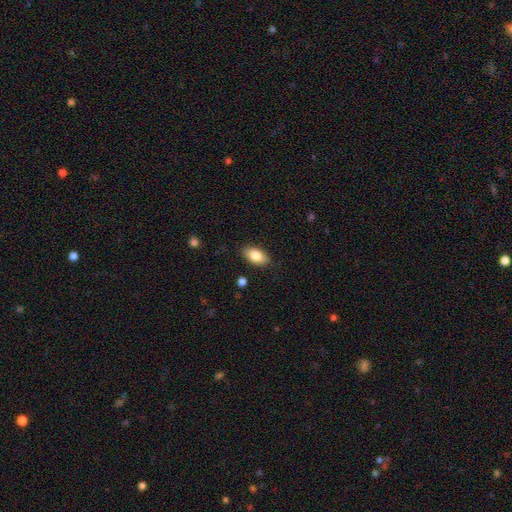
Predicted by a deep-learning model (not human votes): Smooth or featured?
  - smooth: 83% *
  - featured or disk: 10%
  - star or artifact: 7%
How rounded?
  - in between: 92% *
  - round: 5%
  - cigar-shaped: 4%
Merging?
  - none: 85% *
  - minor disturbance: 11%
  - major disturbance: 3%
  - merger: 1%